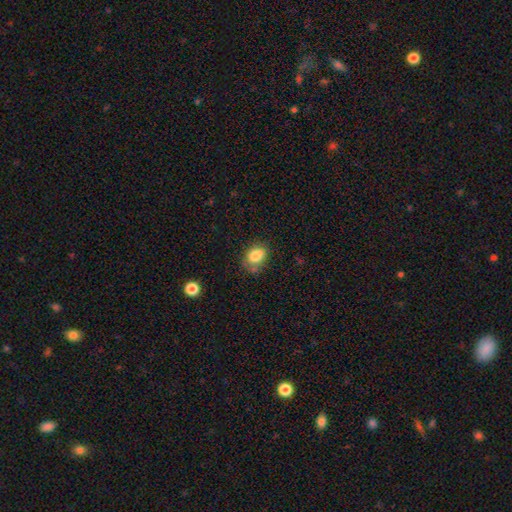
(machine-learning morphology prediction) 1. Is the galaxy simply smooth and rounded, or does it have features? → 81% smooth, 10% featured or disk, 9% star or artifact.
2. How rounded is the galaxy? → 62% in between, 36% round, 1% cigar-shaped.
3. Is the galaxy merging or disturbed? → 55% none, 29% minor disturbance, 10% major disturbance, 6% merger.